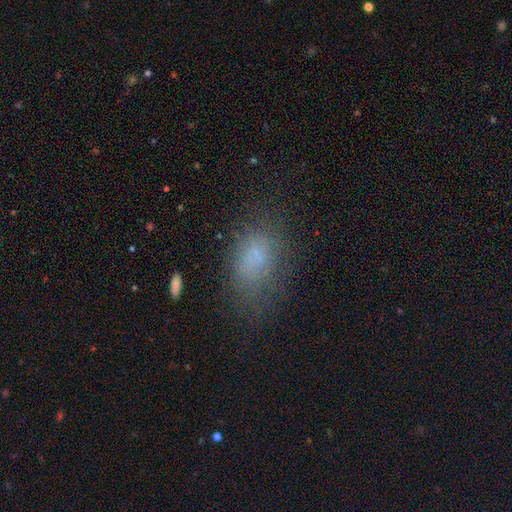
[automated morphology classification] smooth-or-featured: smooth: 72% | star or artifact: 15% | featured or disk: 13%
  how-rounded: in between: 84% | round: 13% | cigar-shaped: 3%
  merging: none: 60% | minor disturbance: 23% | major disturbance: 14% | merger: 2%